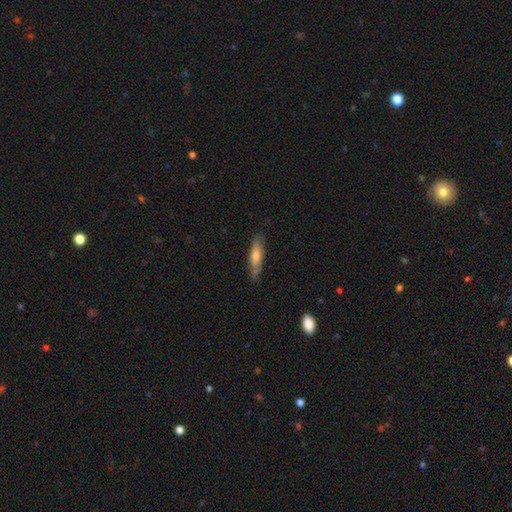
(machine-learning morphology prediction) This appears to be a smooth galaxy with no disk features (55%) that is cigar-shaped (69%). Merging: none (76%).